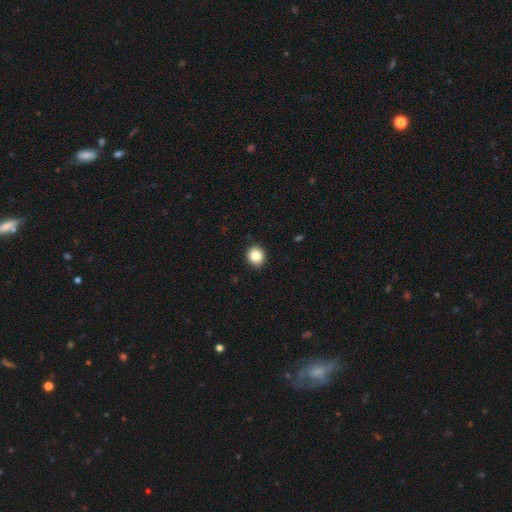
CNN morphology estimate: Smooth or featured? smooth (85%)
How rounded? round (86%)
Merging? none (91%)